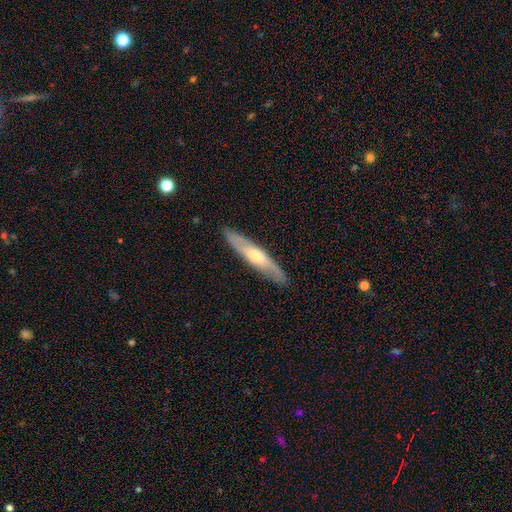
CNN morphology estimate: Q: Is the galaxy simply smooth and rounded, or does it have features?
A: featured or disk — 58%.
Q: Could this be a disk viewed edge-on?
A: yes — 68%.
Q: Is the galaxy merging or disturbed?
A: none — 88%.